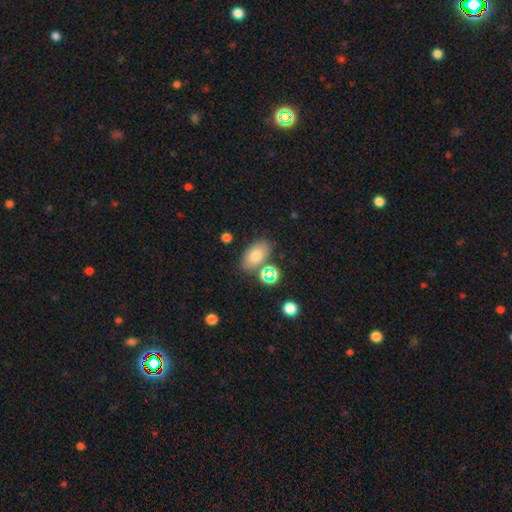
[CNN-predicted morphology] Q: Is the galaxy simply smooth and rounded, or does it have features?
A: smooth — 74%.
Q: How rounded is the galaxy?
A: in between — 89%.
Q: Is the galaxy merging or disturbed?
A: none — 72%.